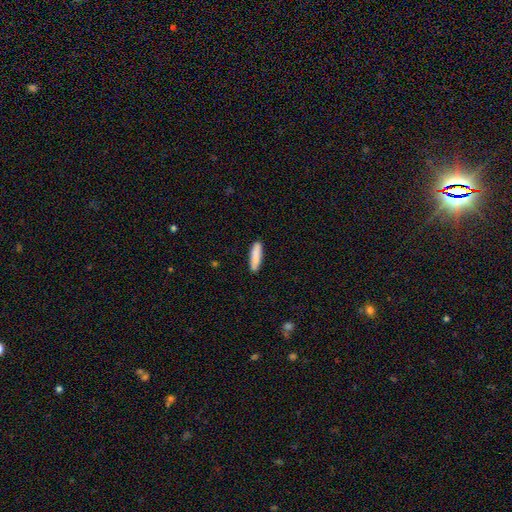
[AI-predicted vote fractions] Smooth or featured?
  - smooth: 85% *
  - featured or disk: 9%
  - star or artifact: 5%
How rounded?
  - cigar-shaped: 75% *
  - in between: 23%
  - round: 1%
Merging?
  - none: 89% *
  - minor disturbance: 8%
  - major disturbance: 2%
  - merger: 1%